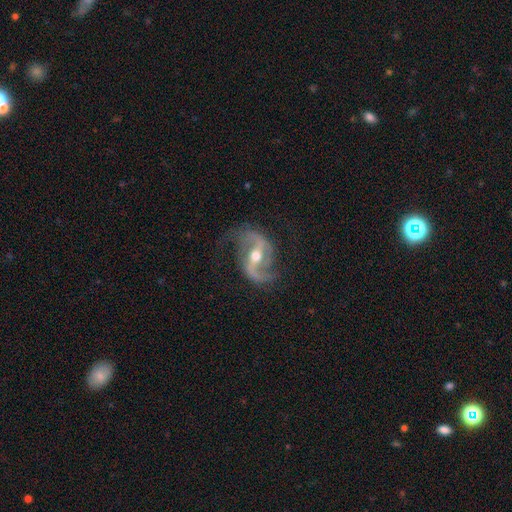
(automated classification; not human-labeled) featured or disk 91%, star or artifact 5%, smooth 4%. Down the decision tree: edge-on disk — no (97%); bar — strong (43%); spiral arms — yes (97%); spiral arm count — 2 (94%); spiral winding — loose (49%); bulge size — moderate (68%); merging — none (77%).